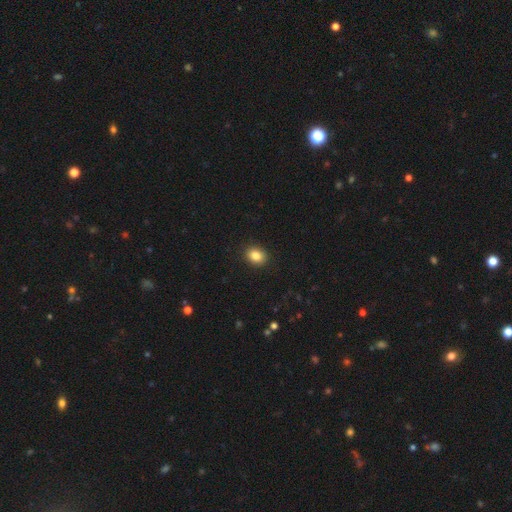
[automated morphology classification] smooth_or_featured: smooth (p=0.85) [alt: star or artifact p=0.10]
how_rounded: in between (p=0.50) [alt: round p=0.49]
merging: none (p=0.91) [alt: minor disturbance p=0.06]